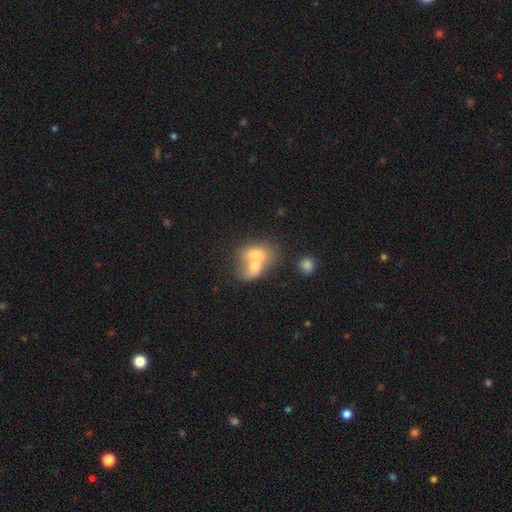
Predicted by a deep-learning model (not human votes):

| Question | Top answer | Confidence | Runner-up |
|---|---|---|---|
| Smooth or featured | smooth | 61% | featured or disk (28%) |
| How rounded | in between | 57% | round (41%) |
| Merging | merger | 77% | none (14%) |